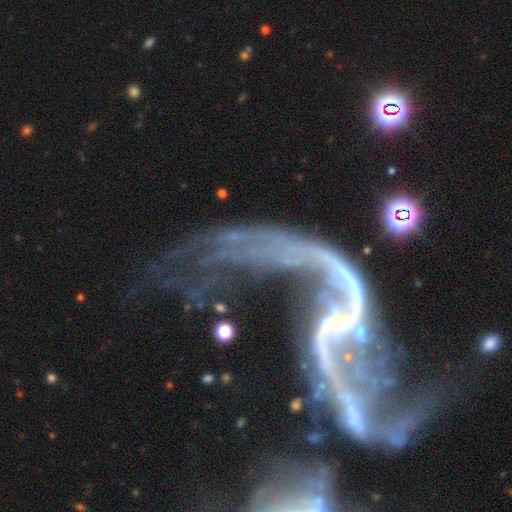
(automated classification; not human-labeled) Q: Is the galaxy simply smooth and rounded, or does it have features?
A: featured or disk — 86%.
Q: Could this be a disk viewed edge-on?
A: no — 94%.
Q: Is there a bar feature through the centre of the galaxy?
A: no — 45%.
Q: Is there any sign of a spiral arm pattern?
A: yes — 88%.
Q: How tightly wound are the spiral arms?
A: loose — 92%.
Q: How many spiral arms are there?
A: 2 — 84%.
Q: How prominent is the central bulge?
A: small — 56%.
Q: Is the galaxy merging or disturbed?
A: major disturbance — 36%.